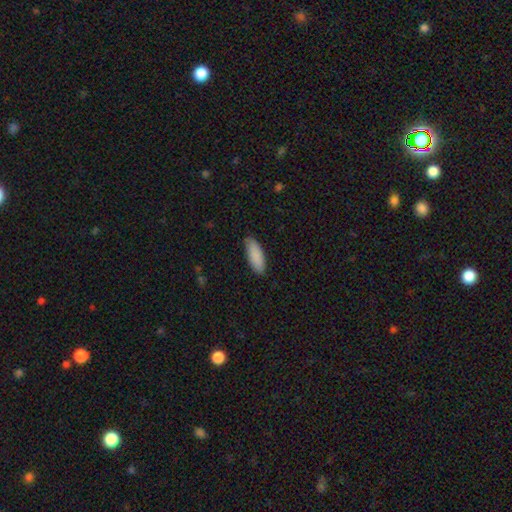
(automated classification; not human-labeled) Morphology: type=smooth (89%); roundness=in between (72%); merging=none (84%).